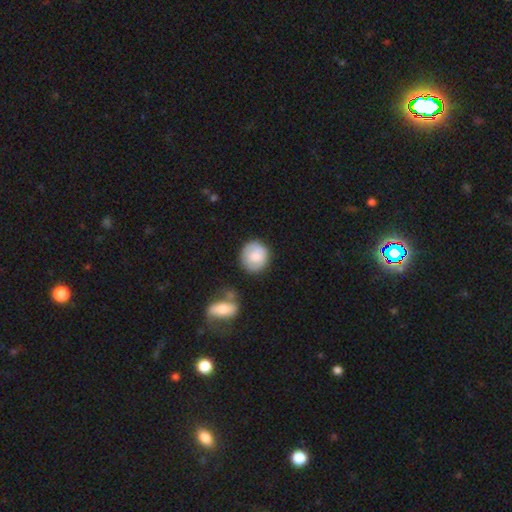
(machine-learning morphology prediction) smooth-or-featured: smooth: 77% | featured or disk: 17% | star or artifact: 7%
  how-rounded: round: 86% | in between: 13% | cigar-shaped: 1%
  merging: none: 74% | minor disturbance: 16% | merger: 5% | major disturbance: 4%